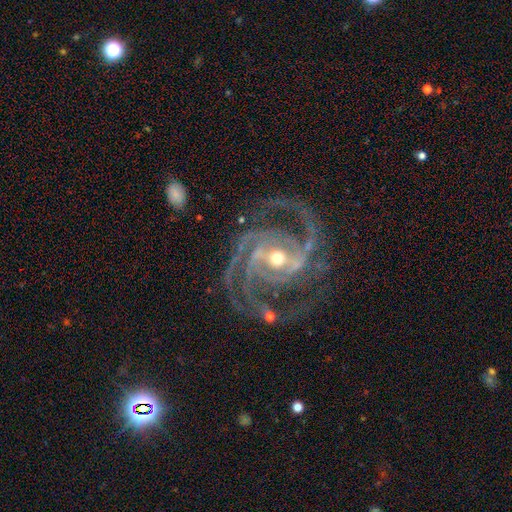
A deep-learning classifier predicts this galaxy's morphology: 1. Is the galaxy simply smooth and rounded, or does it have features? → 93% featured or disk, 5% star or artifact, 2% smooth.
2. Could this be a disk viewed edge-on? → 98% no, 2% yes.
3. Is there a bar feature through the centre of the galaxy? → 37% weak, 35% strong, 28% no.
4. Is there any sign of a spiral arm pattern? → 99% yes, 1% no.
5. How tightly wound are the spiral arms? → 52% tight, 43% medium, 5% loose.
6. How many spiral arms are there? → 43% 3, 22% 2, 16% 4, 7% can't tell, 6% more than 4, 5% 1.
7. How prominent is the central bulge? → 55% moderate, 41% small, 2% large, 1% none, 1% dominant.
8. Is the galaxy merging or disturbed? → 73% none, 16% minor disturbance, 9% major disturbance, 2% merger.